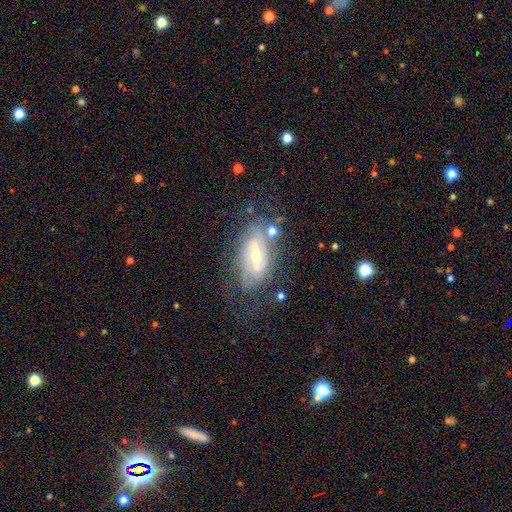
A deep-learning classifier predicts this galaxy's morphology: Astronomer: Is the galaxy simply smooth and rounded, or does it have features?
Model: featured or disk — 78%.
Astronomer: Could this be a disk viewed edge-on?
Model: no — 89%.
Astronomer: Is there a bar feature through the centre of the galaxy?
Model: strong — 45% (runner-up: weak, 38%).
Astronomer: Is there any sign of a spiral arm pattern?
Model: yes — 82%.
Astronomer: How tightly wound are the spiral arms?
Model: tight — 46% (runner-up: medium, 36%).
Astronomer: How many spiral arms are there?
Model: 2 — 51% (runner-up: can't tell, 34%).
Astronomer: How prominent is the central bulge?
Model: small — 53% (runner-up: moderate, 41%).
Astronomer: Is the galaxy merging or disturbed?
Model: none — 61%.